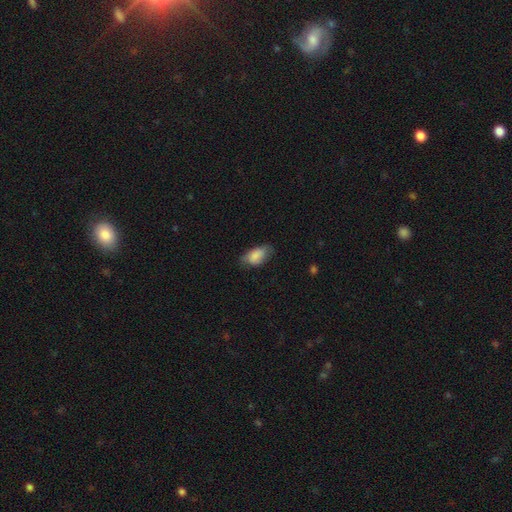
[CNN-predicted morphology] smooth_or_featured: smooth (p=0.83) [alt: featured or disk p=0.10]
how_rounded: in between (p=0.92) [alt: round p=0.05]
merging: none (p=0.63) [alt: minor disturbance p=0.29]